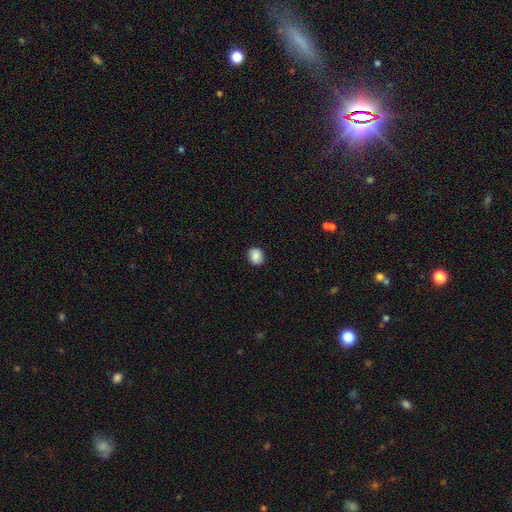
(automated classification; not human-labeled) Smooth or featured: smooth — 86% (star or artifact — 8%)
How rounded: round — 74% (in between — 25%)
Merging: none — 90% (minor disturbance — 7%)